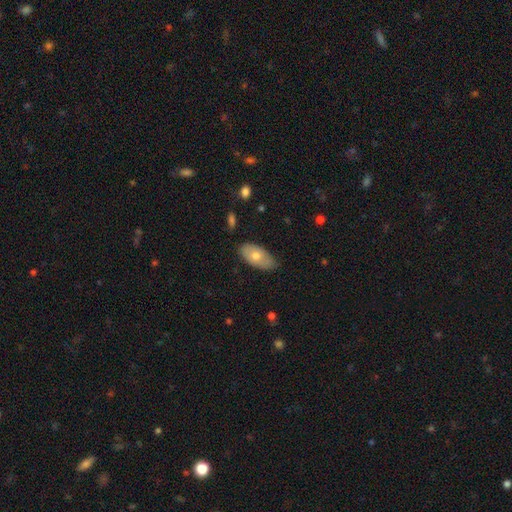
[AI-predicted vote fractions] Smooth or featured? smooth (64%)
How rounded? in between (93%)
Merging? none (76%)